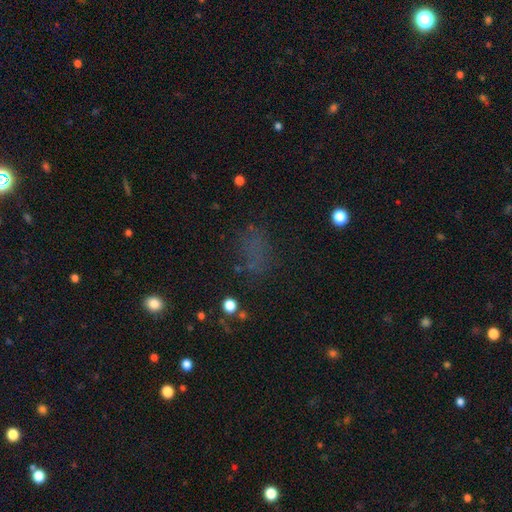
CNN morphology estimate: type=smooth (51%); roundness=in between (72%); merging=none (62%).